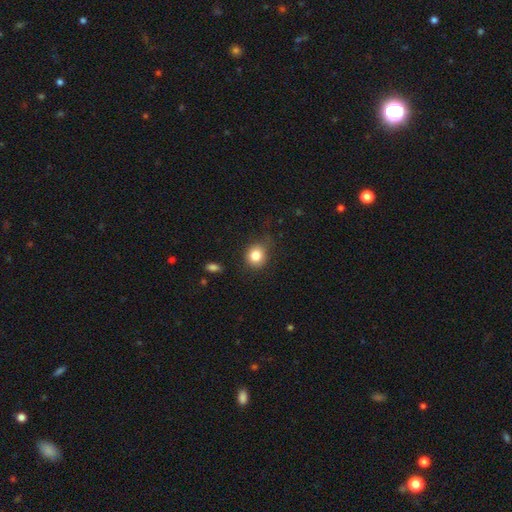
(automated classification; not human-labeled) Morphology: type=smooth (82%); roundness=round (80%); merging=none (74%).